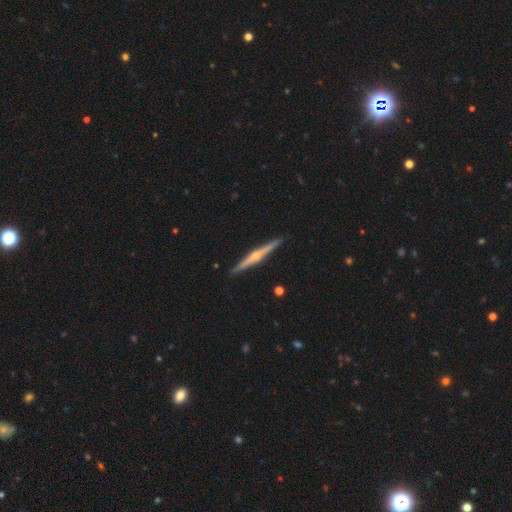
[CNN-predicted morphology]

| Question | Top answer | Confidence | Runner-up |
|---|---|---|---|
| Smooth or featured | featured or disk | 80% | smooth (15%) |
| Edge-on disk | yes | 98% | no (2%) |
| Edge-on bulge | rounded | 88% | none (8%) |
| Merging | none | 92% | minor disturbance (6%) |